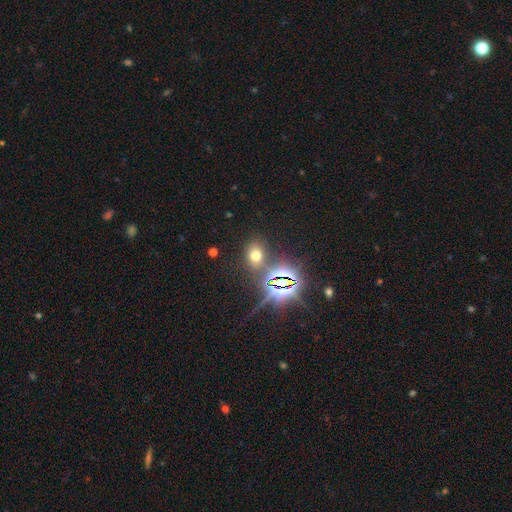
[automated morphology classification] smooth-or-featured: smooth: 55% | star or artifact: 36% | featured or disk: 9%
  how-rounded: in between: 55% | round: 43% | cigar-shaped: 2%
  merging: none: 74% | minor disturbance: 11% | merger: 9% | major disturbance: 6%